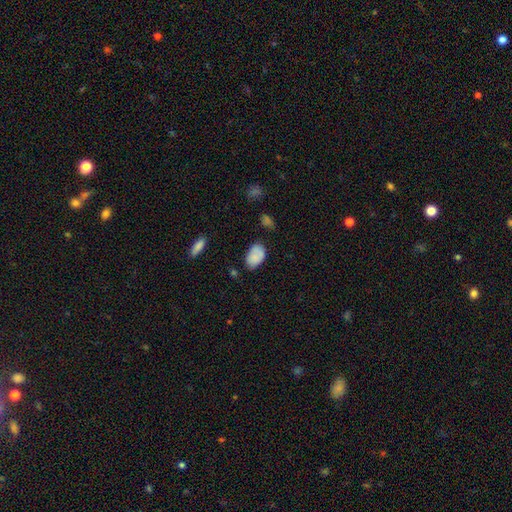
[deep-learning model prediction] A smooth galaxy with no disk features (83%) that is in between round and cigar-shaped (91%).

Vote fractions:
- Smooth or featured? smooth: 83% / featured or disk: 9% / star or artifact: 8%
- How rounded? in between: 91% / round: 8% / cigar-shaped: 1%
- Merging? none: 65% / minor disturbance: 25% / major disturbance: 6% / merger: 4%